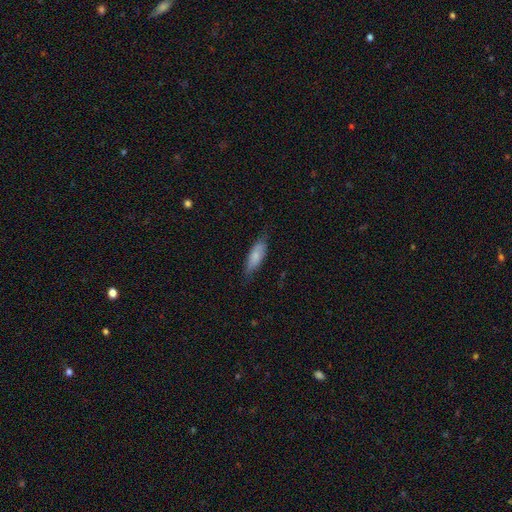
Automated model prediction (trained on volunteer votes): smooth_or_featured: smooth (p=0.78) [alt: featured or disk p=0.16]
how_rounded: in between (p=0.62) [alt: cigar-shaped p=0.36]
merging: none (p=0.71) [alt: minor disturbance p=0.23]